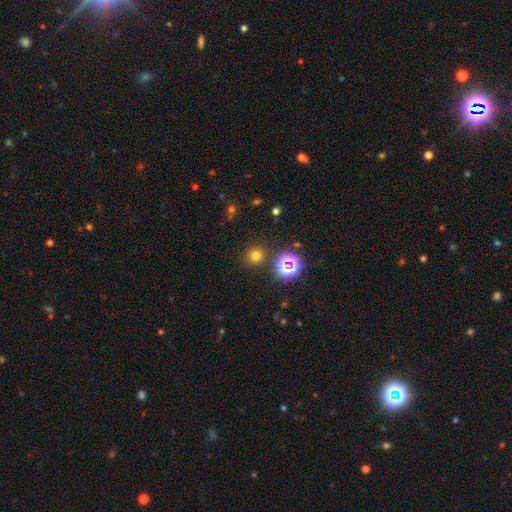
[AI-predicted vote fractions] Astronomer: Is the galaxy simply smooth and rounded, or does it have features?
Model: smooth — 70%.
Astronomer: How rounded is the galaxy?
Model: round — 92%.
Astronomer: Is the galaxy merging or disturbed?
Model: none — 86%.